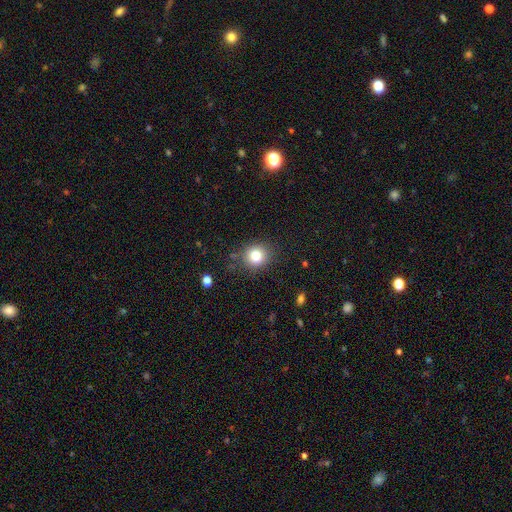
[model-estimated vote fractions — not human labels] Smooth or featured: smooth — 81% (star or artifact — 11%)
How rounded: round — 80% (in between — 19%)
Merging: none — 83% (minor disturbance — 11%)